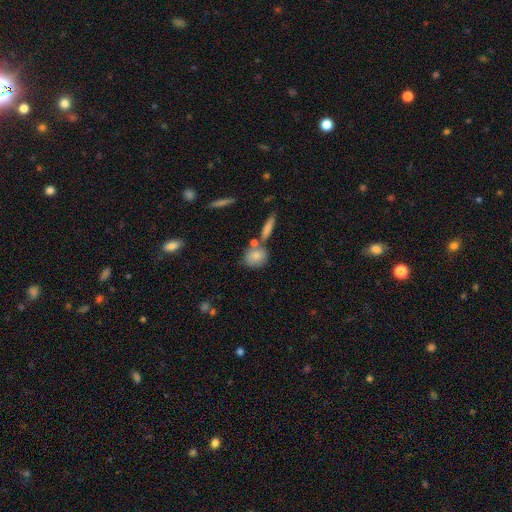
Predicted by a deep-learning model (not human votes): The model was most divided on "merging": none: 57%, merger: 27%, minor disturbance: 12%, major disturbance: 4%. More confident: smooth or featured — smooth (79%); how rounded — round (66%).